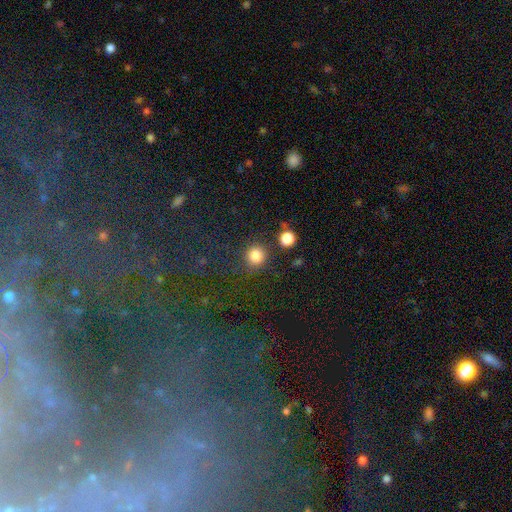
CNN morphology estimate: Smooth or featured?
  - smooth: 84% *
  - star or artifact: 12%
  - featured or disk: 4%
How rounded?
  - round: 93% *
  - in between: 6%
  - cigar-shaped: 1%
Merging?
  - none: 83% *
  - minor disturbance: 8%
  - merger: 5%
  - major disturbance: 3%